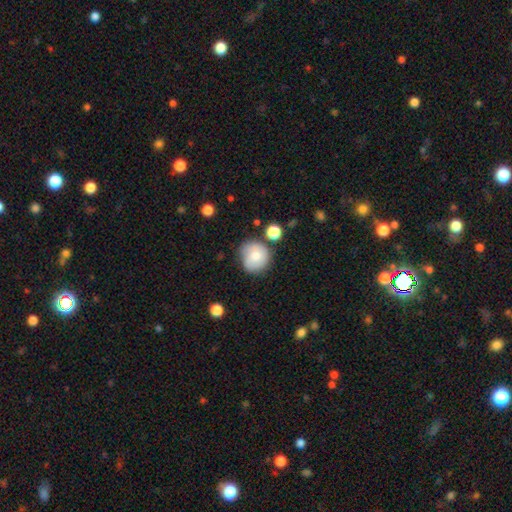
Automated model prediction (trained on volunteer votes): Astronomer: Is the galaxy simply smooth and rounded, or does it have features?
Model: smooth — 74%.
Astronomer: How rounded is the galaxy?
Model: round — 89%.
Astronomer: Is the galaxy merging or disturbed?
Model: none — 63%.